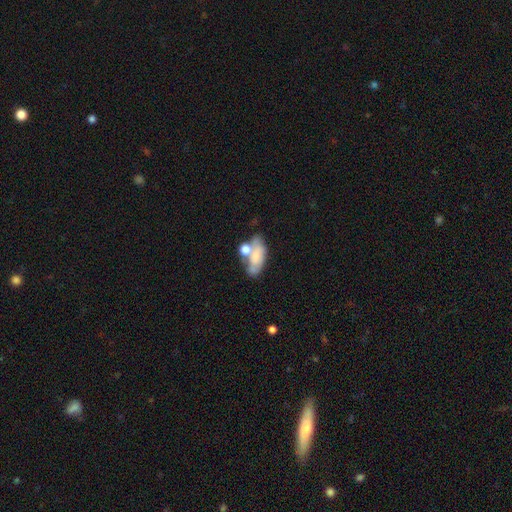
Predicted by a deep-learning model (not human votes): Smooth or featured? smooth (61%)
How rounded? in between (86%)
Merging? merger (37%)